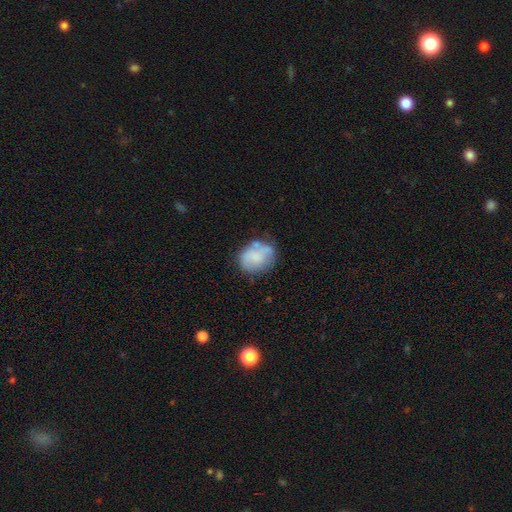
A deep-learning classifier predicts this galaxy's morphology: Smooth or featured?
  - smooth: 58% *
  - featured or disk: 34%
  - star or artifact: 8%
How rounded?
  - in between: 53% *
  - round: 46%
  - cigar-shaped: 1%
Merging?
  - none: 50% *
  - minor disturbance: 27%
  - major disturbance: 12%
  - merger: 11%